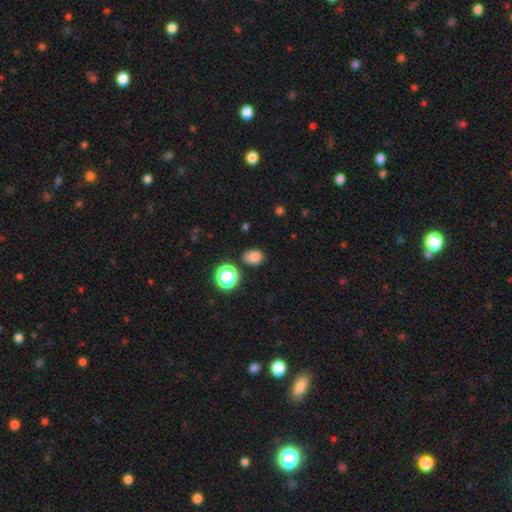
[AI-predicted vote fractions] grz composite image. It shows a smooth galaxy with no disk features (80%) that is in between round and cigar-shaped (60%). Merging: none (78%).